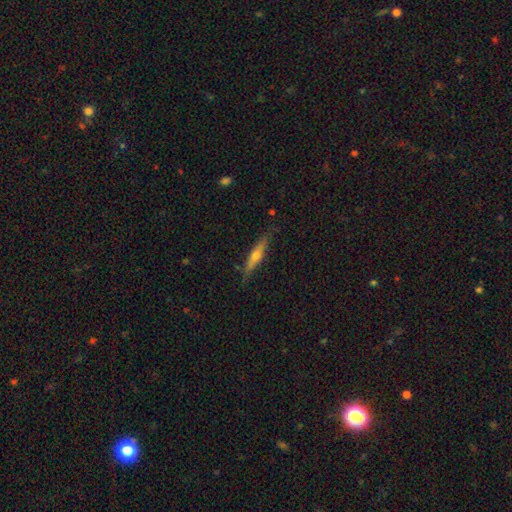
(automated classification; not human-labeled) Smooth or featured? featured or disk (58%)
Edge-on disk? yes (95%)
Edge-on bulge? rounded (86%)
Merging? none (84%)